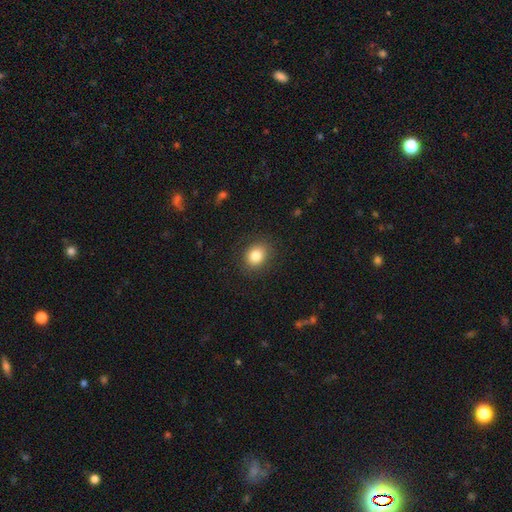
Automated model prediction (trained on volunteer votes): Smooth or featured? smooth (84%)
How rounded? round (62%)
Merging? none (86%)